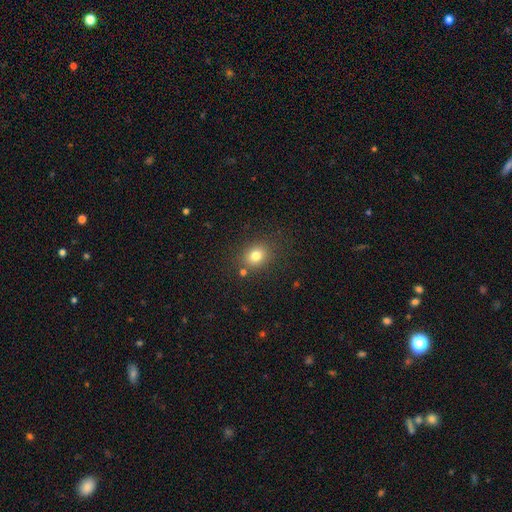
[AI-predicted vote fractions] The model was most divided on "how rounded": round: 61%, in between: 38%, cigar-shaped: 1%. More confident: merging — none (81%); smooth or featured — smooth (79%).